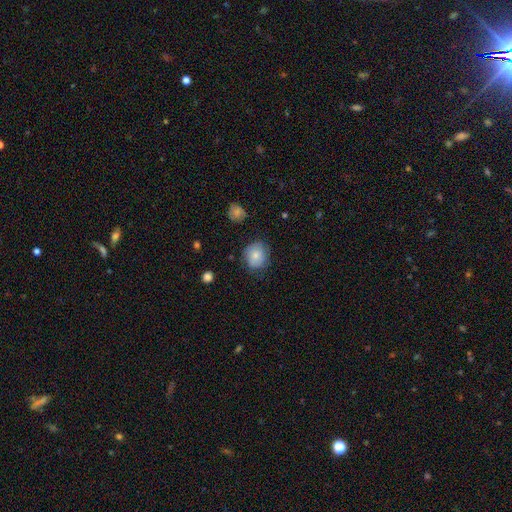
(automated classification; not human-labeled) smooth 77%, featured or disk 14%, star or artifact 8%. Down the decision tree: how rounded — round (75%); merging — none (72%).